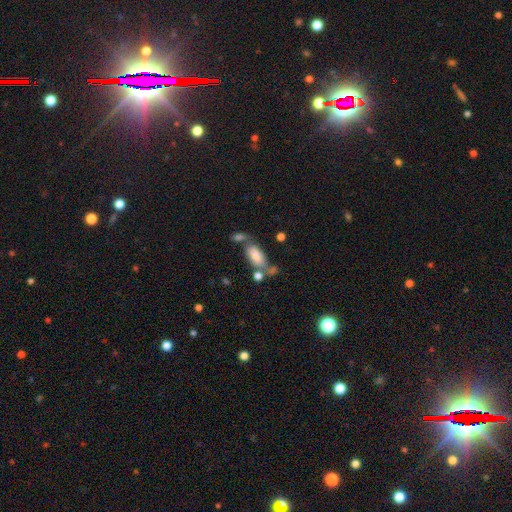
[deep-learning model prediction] Smooth or featured: smooth — 72% (featured or disk — 20%)
How rounded: in between — 85% (cigar-shaped — 12%)
Merging: none — 43% (merger — 28%)